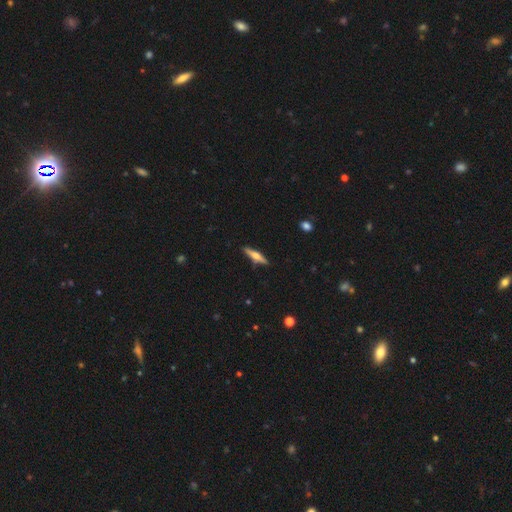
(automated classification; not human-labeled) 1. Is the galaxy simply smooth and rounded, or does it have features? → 57% featured or disk, 37% smooth, 6% star or artifact.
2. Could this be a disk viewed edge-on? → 96% yes, 4% no.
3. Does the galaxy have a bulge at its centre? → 88% rounded, 7% boxy, 5% none.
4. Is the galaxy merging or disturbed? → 87% none, 10% minor disturbance, 2% major disturbance, 2% merger.